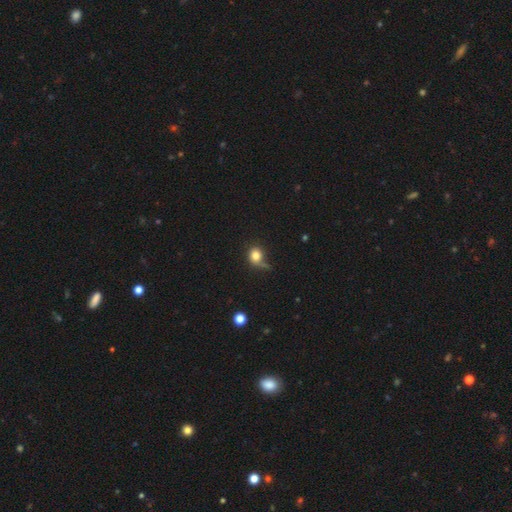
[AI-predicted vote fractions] Smooth or featured: smooth — 80% (star or artifact — 11%)
How rounded: round — 75% (in between — 24%)
Merging: none — 49% (minor disturbance — 26%)